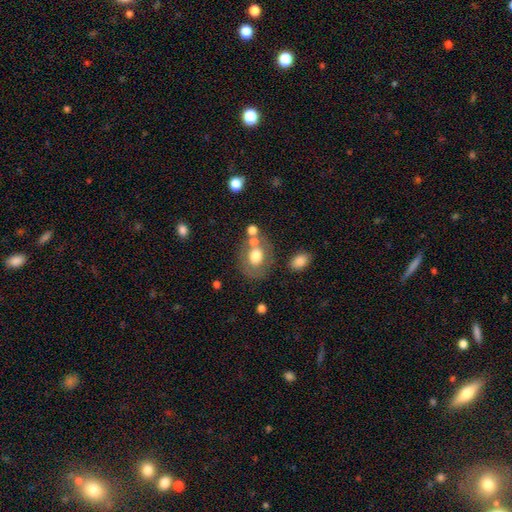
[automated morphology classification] A smooth galaxy with no disk features (64%) that is round (54%). Merging: none (59%).